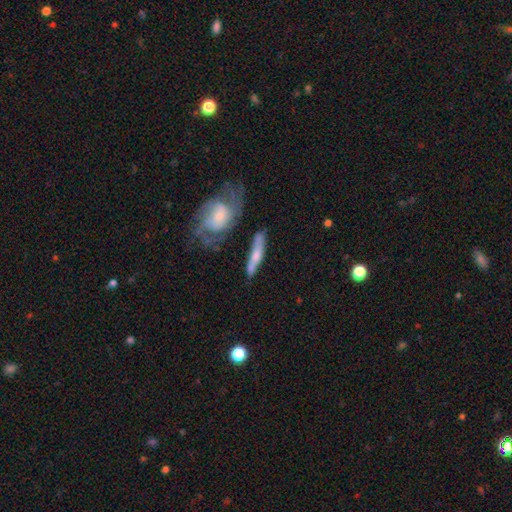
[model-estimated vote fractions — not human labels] Smooth or featured? smooth (49%)
Merging? none (61%)